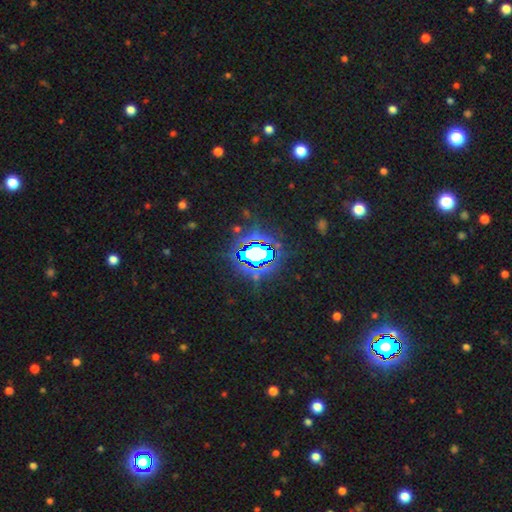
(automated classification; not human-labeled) Smooth or featured: star or artifact — 76% (smooth — 13%)